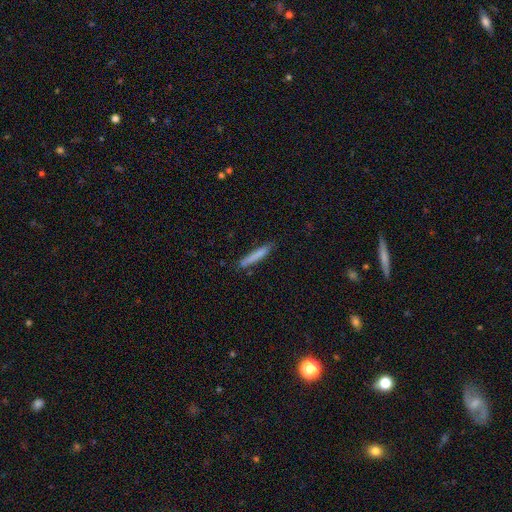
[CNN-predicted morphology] The model was most divided on "smooth or featured": smooth: 79%, featured or disk: 15%, star or artifact: 6%. More confident: how rounded — cigar-shaped (94%); merging — none (84%).